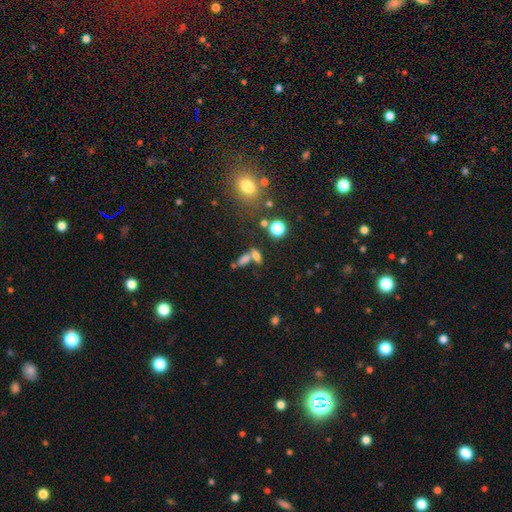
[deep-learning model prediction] Smooth or featured: smooth — 68% (star or artifact — 18%)
How rounded: in between — 61% (cigar-shaped — 22%)
Merging: none — 44% (merger — 39%)